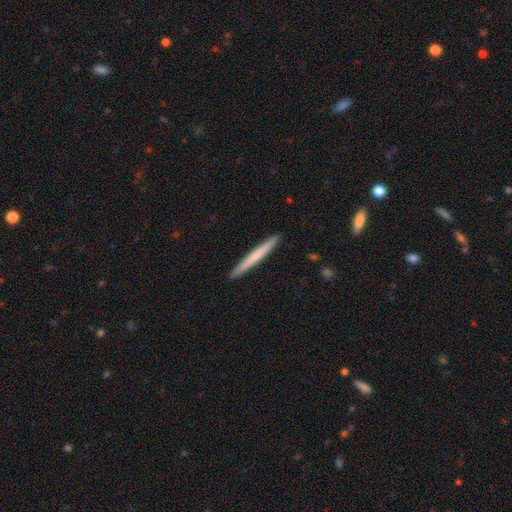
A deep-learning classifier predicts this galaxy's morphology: Smooth or featured? Predicted: smooth (p=0.63). How rounded? Predicted: cigar-shaped (p=0.97). Merging? Predicted: none (p=0.92).